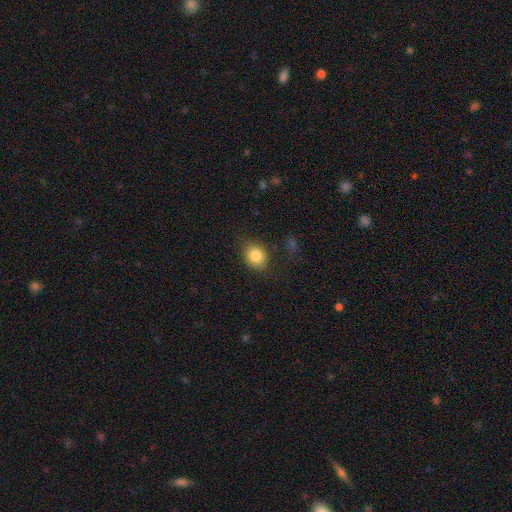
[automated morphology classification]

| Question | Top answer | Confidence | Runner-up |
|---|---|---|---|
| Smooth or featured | smooth | 84% | star or artifact (9%) |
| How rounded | round | 56% | in between (43%) |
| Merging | none | 78% | minor disturbance (15%) |